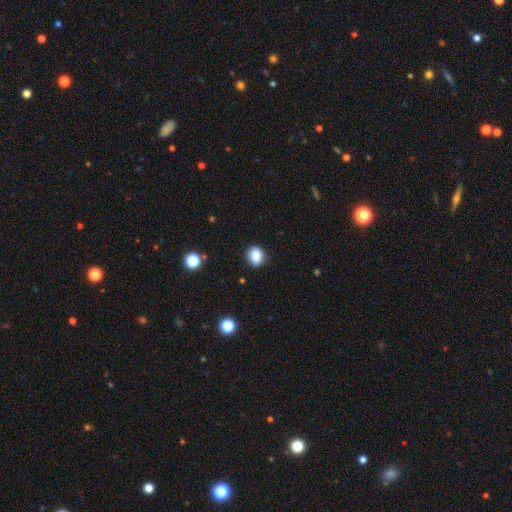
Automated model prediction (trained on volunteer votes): Q: Smooth or featured?
A: smooth (85%); runner-up: star or artifact (10%)
Q: How rounded?
A: in between (52%); runner-up: round (47%)
Q: Merging?
A: none (86%); runner-up: minor disturbance (10%)